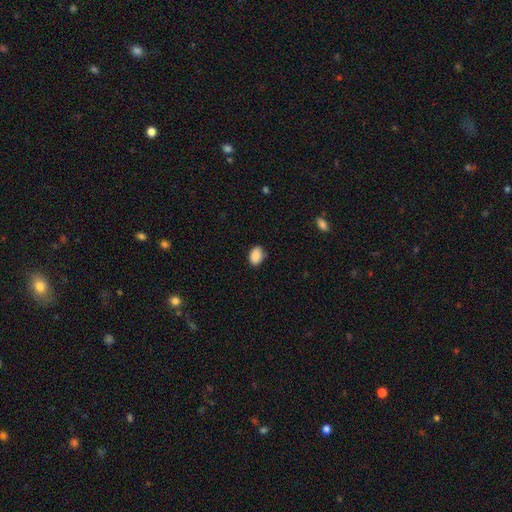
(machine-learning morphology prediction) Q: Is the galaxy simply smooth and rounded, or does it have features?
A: smooth — 89%.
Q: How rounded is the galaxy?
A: in between — 83%.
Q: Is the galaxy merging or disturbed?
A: none — 82%.